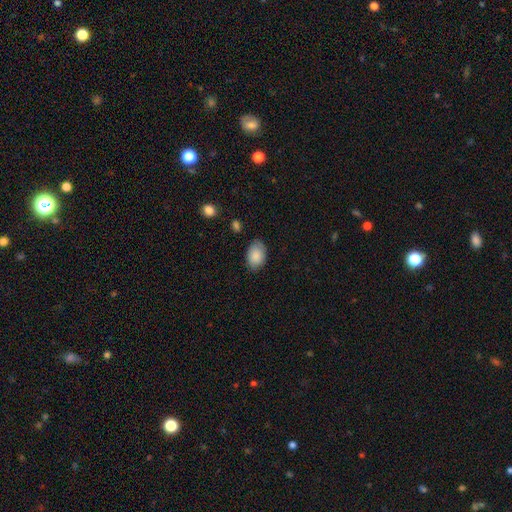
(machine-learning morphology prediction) This is clearly a smooth galaxy (86%). How rounded: clearly in between (87%). Merging: likely none (79%).